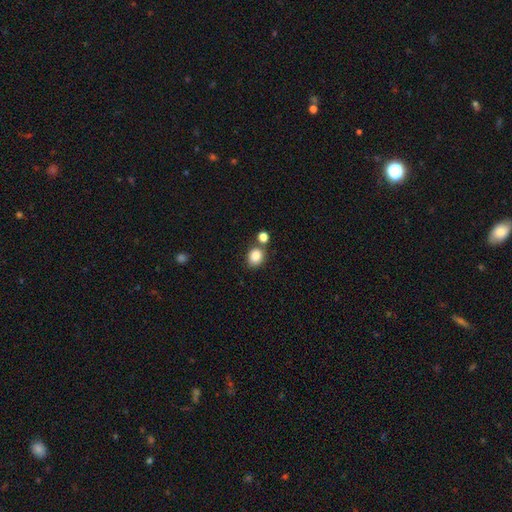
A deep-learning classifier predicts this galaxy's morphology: type=smooth (85%); roundness=round (62%); merging=none (69%).